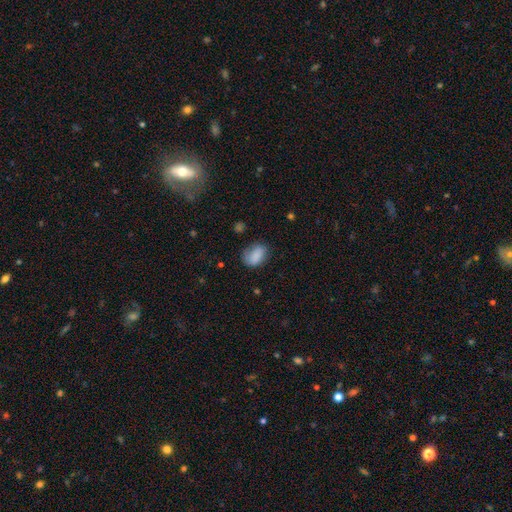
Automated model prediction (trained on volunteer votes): Smooth or featured: smooth — 83% (featured or disk — 9%)
How rounded: in between — 77% (round — 21%)
Merging: none — 61% (minor disturbance — 28%)